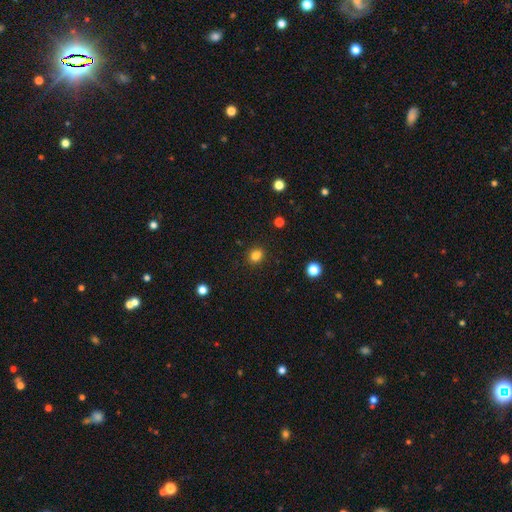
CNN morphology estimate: A smooth galaxy with no disk features (82%) that is round (56%). Merging: none (84%).